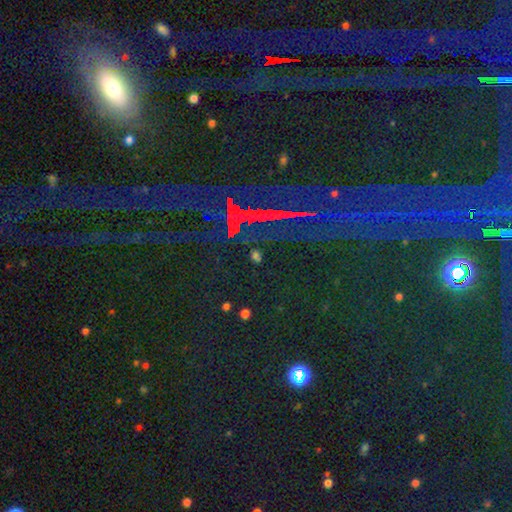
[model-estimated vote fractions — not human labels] Morphology: type=star or artifact (79%).